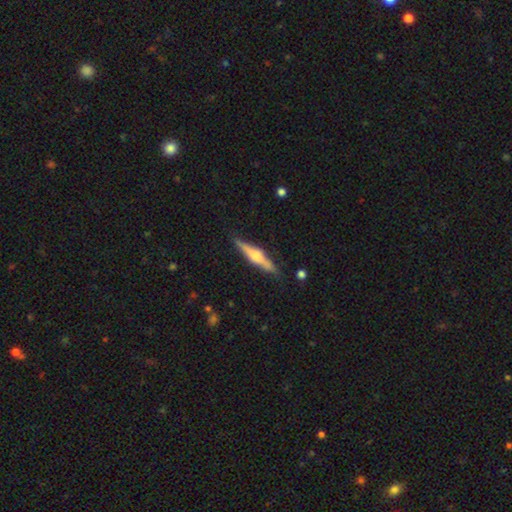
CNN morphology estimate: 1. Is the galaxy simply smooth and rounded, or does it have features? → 65% featured or disk, 29% smooth, 6% star or artifact.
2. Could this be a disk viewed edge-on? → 97% yes, 3% no.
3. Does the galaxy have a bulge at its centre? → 79% rounded, 16% boxy, 5% none.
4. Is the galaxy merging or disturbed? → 85% none, 11% minor disturbance, 2% major disturbance, 2% merger.